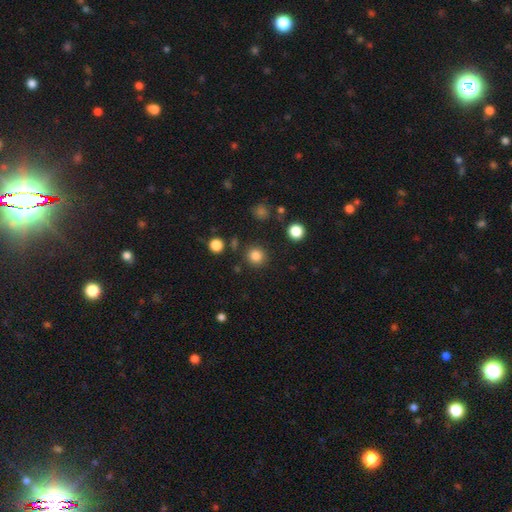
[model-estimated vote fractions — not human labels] Smooth or featured? Predicted: smooth (p=0.84). How rounded? Predicted: round (p=0.93). Merging? Predicted: none (p=0.89).